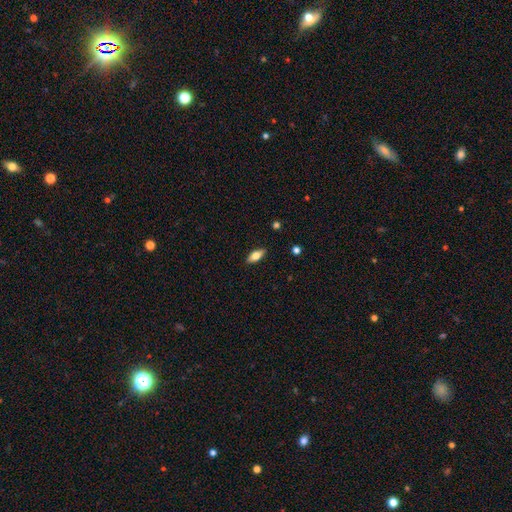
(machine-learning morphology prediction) This is likely a smooth galaxy (69%). How rounded: clearly in between (81%). Merging: clearly none (88%).